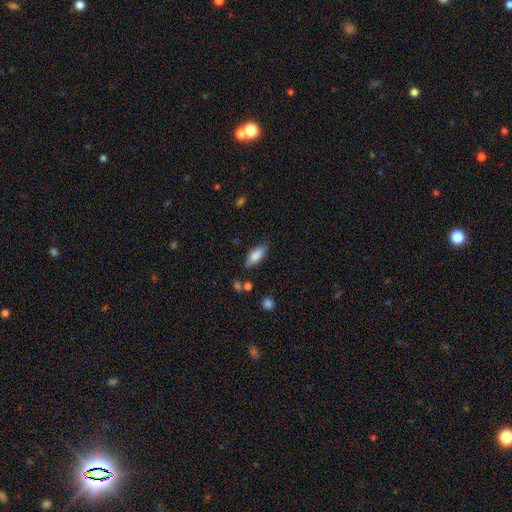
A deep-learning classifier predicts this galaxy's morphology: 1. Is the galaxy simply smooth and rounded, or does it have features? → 79% smooth, 15% featured or disk, 7% star or artifact.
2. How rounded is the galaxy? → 74% in between, 24% cigar-shaped, 2% round.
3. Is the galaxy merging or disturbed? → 78% none, 16% minor disturbance, 4% major disturbance, 3% merger.